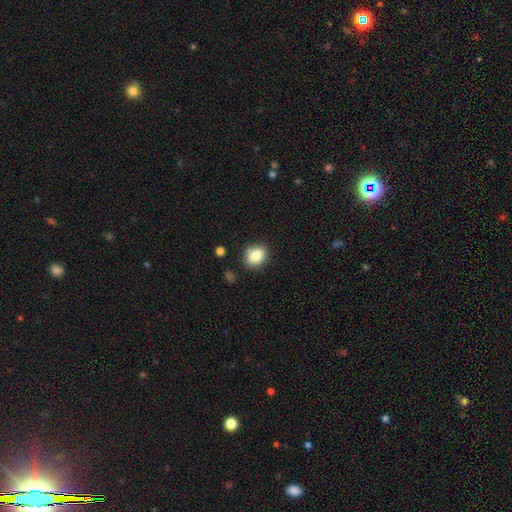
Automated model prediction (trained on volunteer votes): A smooth galaxy with no disk features (84%) that is round (52%).

Vote fractions:
- Smooth or featured? smooth: 84% / star or artifact: 9% / featured or disk: 7%
- How rounded? round: 52% / in between: 47% / cigar-shaped: 1%
- Merging? none: 82% / minor disturbance: 12% / merger: 4% / major disturbance: 3%